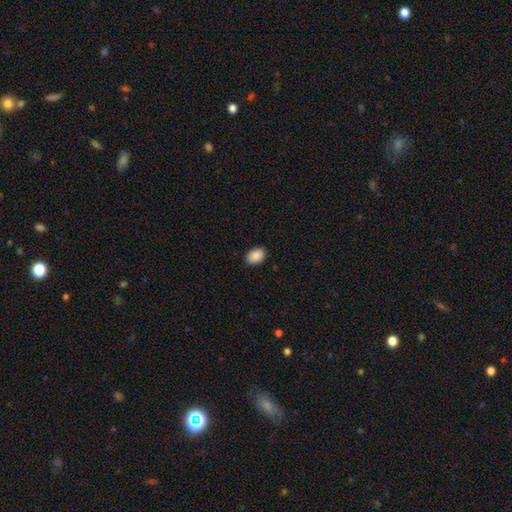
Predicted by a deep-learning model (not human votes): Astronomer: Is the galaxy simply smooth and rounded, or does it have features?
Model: smooth — 89%.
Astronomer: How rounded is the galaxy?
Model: in between — 84%.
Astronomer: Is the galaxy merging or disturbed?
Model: none — 89%.